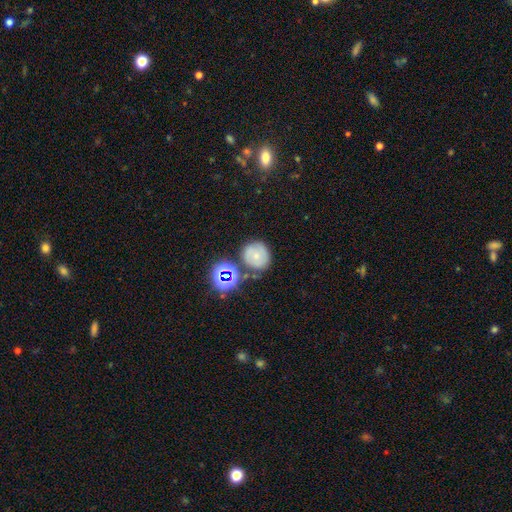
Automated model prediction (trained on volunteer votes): A smooth galaxy with no disk features (56%) that is round (86%).

Vote fractions:
- Smooth or featured? smooth: 56% / featured or disk: 27% / star or artifact: 17%
- How rounded? round: 86% / in between: 13% / cigar-shaped: 1%
- Merging? none: 68% / minor disturbance: 17% / merger: 10% / major disturbance: 5%